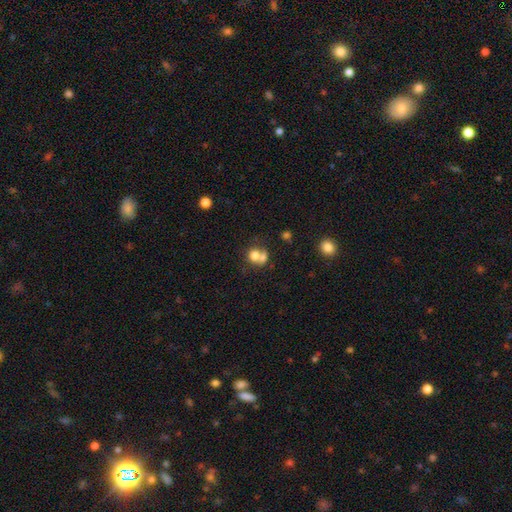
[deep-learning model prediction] Smooth or featured: smooth — 72% (featured or disk — 17%)
How rounded: round — 75% (in between — 24%)
Merging: merger — 56% (none — 32%)